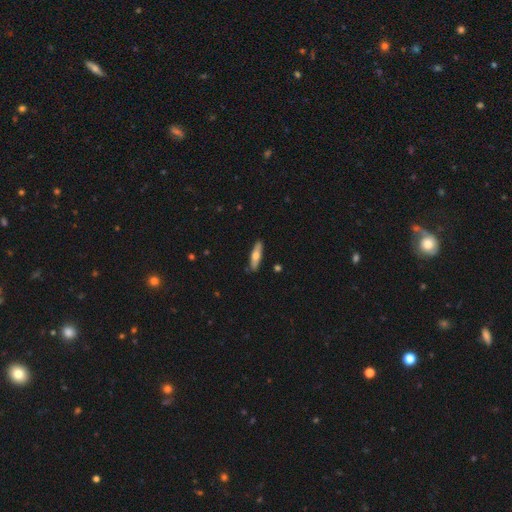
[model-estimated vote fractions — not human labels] A smooth galaxy with no disk features (56%) that is cigar-shaped (74%).

Vote fractions:
- Smooth or featured? smooth: 56% / featured or disk: 39% / star or artifact: 6%
- How rounded? cigar-shaped: 74% / in between: 24% / round: 2%
- Merging? none: 87% / minor disturbance: 9% / major disturbance: 2% / merger: 1%